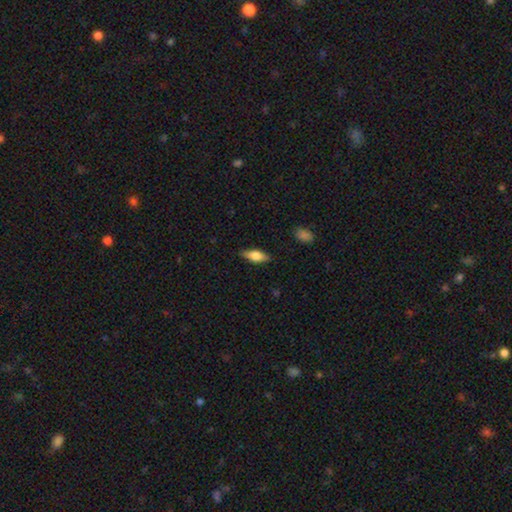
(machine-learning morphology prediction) smooth_or_featured: smooth (p=0.56) [alt: featured or disk p=0.37]
how_rounded: in between (p=0.67) [alt: cigar-shaped p=0.29]
merging: none (p=0.84) [alt: minor disturbance p=0.12]